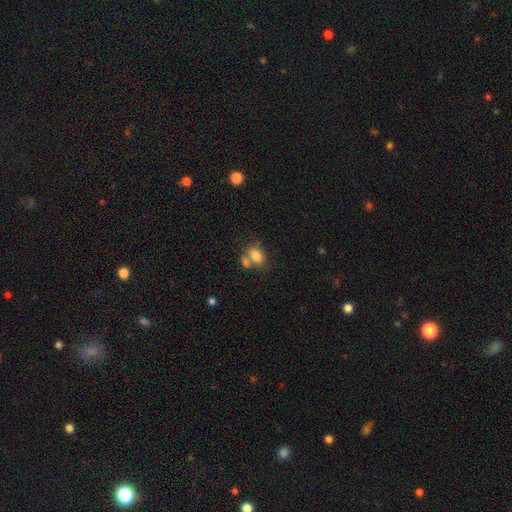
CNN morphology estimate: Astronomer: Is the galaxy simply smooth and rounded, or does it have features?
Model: smooth — 80%.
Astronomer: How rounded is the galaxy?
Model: in between — 66%.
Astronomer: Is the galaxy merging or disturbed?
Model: none — 42% (runner-up: merger, 39%).